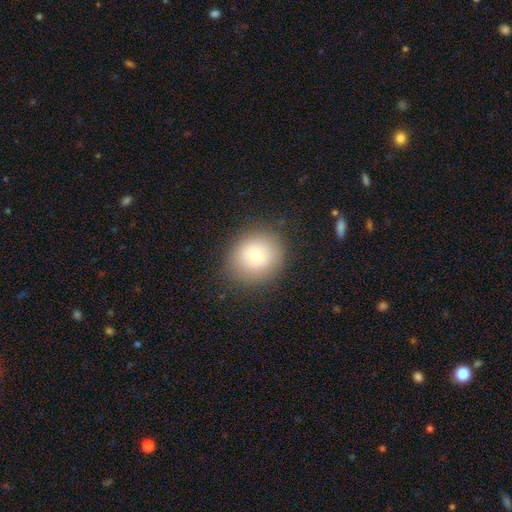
Smooth or featured? smooth (78%)
How rounded? round (79%)
Merging? none (89%)